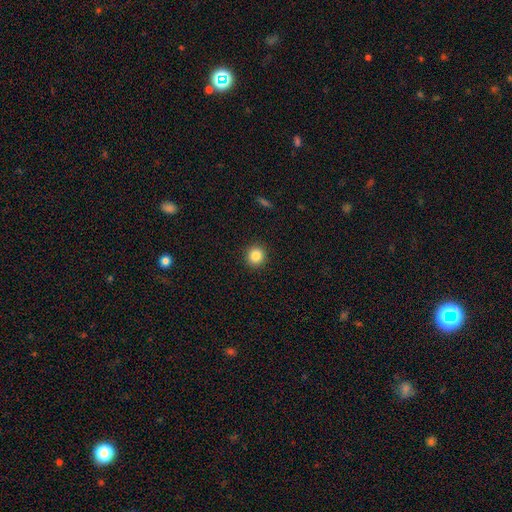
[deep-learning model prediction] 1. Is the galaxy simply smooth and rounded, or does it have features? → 85% smooth, 10% star or artifact, 5% featured or disk.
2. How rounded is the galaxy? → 92% round, 7% in between, 1% cigar-shaped.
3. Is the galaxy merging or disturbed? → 92% none, 5% minor disturbance, 2% major disturbance, 1% merger.